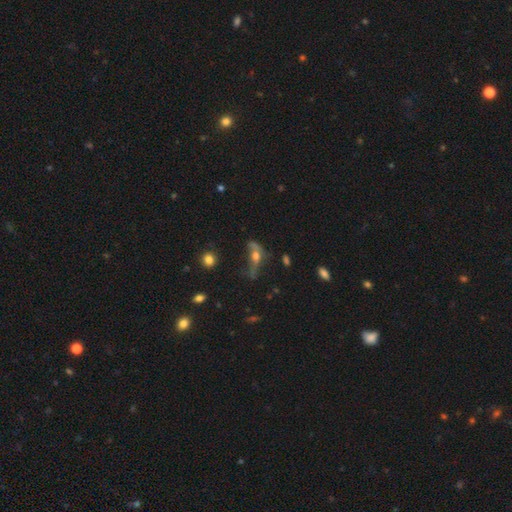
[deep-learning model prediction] smooth-or-featured: featured or disk: 45% | smooth: 38% | star or artifact: 17%
  merging: major disturbance: 38% | none: 32% | minor disturbance: 21% | merger: 8%